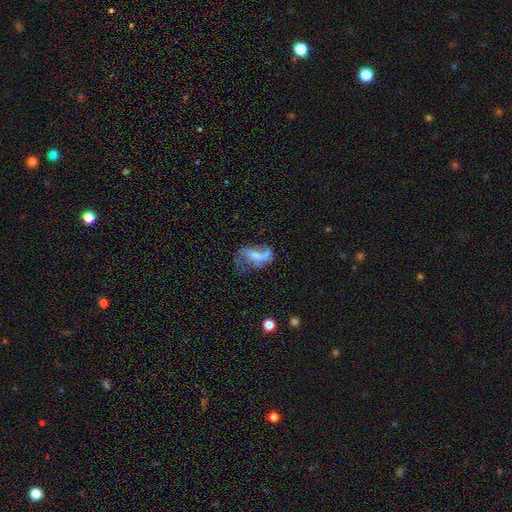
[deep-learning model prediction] Overall: featured or disk (65%). Edge-on disk: no (96%). Bar: no (52%; weak 36%). Spiral arms: yes (65%; no 35%). Bulge size: small (37%; moderate 35%). Merging: merger (29%; none 28%).